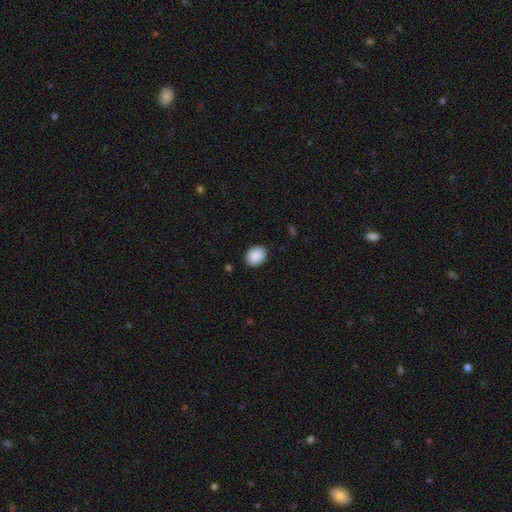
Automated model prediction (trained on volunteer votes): smooth 90%, star or artifact 7%, featured or disk 3%. Down the decision tree: how rounded — round (51%); merging — none (88%).